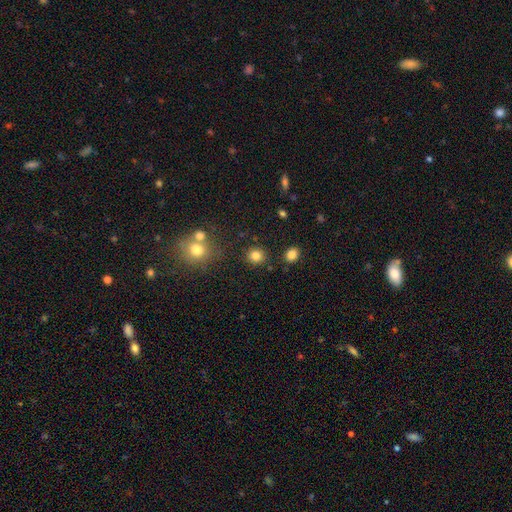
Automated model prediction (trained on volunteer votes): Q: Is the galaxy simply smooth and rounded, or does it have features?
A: smooth — 83%.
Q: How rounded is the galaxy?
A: round — 87%.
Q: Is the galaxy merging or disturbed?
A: none — 86%.